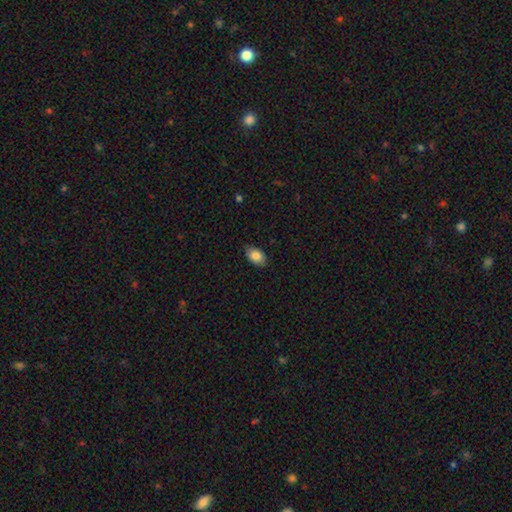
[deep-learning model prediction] Q: Smooth or featured?
A: smooth (87%); runner-up: star or artifact (7%)
Q: How rounded?
A: in between (90%); runner-up: round (9%)
Q: Merging?
A: none (83%); runner-up: minor disturbance (14%)